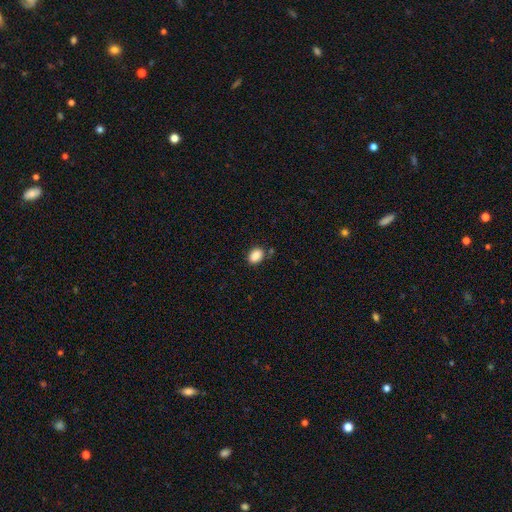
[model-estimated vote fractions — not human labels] Smooth or featured: smooth — 88% (star or artifact — 9%)
How rounded: in between — 74% (round — 25%)
Merging: none — 80% (minor disturbance — 13%)